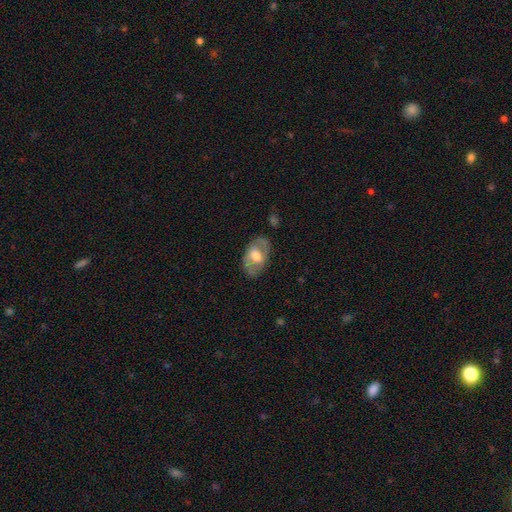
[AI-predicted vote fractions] Smooth or featured: featured or disk — 55% (smooth — 39%)
Edge-on disk: no — 92% (yes — 8%)
Bar: no — 44% (weak — 40%)
Spiral arms: yes — 52% (no — 48%)
Bulge size: moderate — 49% (large — 35%)
Merging: none — 75% (minor disturbance — 16%)